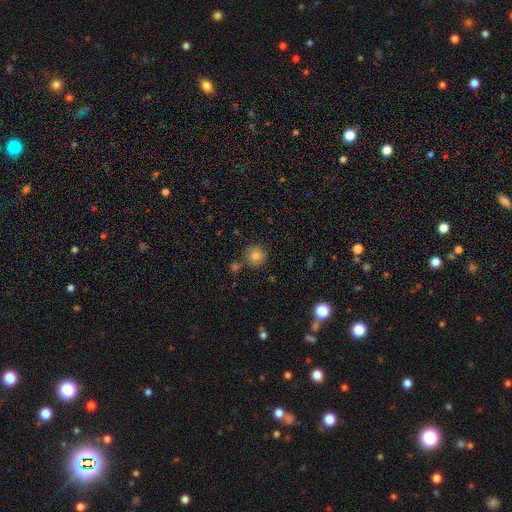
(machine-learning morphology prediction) A smooth galaxy with no disk features (80%) that is round (94%).

Vote fractions:
- Smooth or featured? smooth: 80% / star or artifact: 11% / featured or disk: 9%
- How rounded? round: 94% / in between: 5% / cigar-shaped: 1%
- Merging? none: 80% / minor disturbance: 10% / merger: 8% / major disturbance: 3%